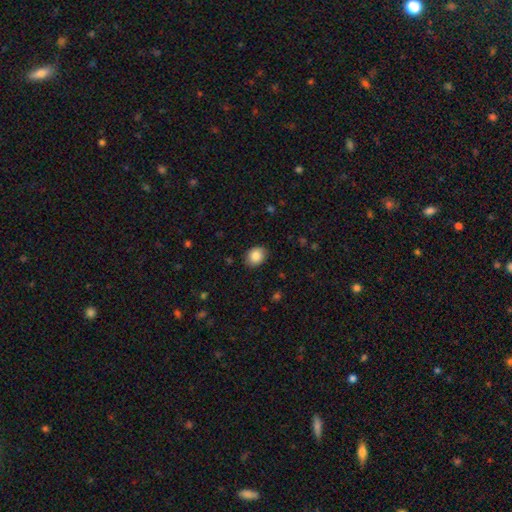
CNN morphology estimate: This is clearly a smooth galaxy (87%). How rounded: possibly in between (54%). Merging: clearly none (86%).